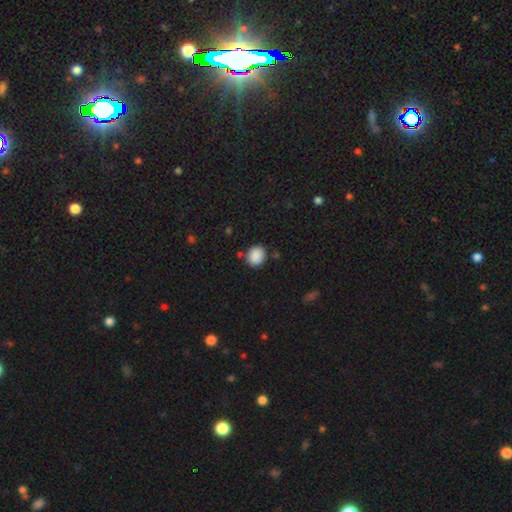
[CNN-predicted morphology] type=smooth (89%); roundness=round (66%); merging=none (82%).